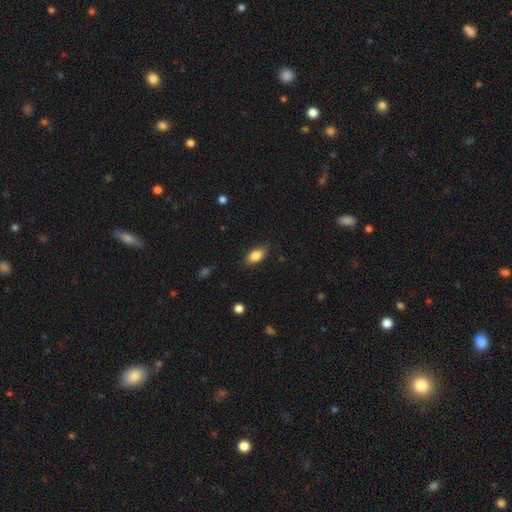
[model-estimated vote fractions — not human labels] Q: Smooth or featured?
A: smooth (82%); runner-up: featured or disk (11%)
Q: How rounded?
A: in between (87%); runner-up: cigar-shaped (6%)
Q: Merging?
A: none (82%); runner-up: minor disturbance (14%)